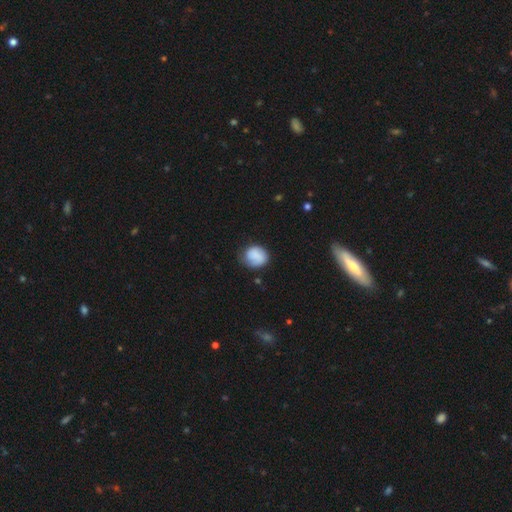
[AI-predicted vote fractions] Smooth or featured: smooth — 78% (featured or disk — 15%)
How rounded: round — 72% (in between — 28%)
Merging: none — 63% (minor disturbance — 27%)